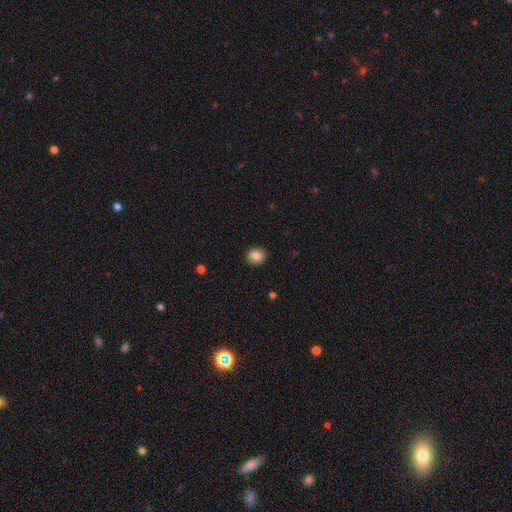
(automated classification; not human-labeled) This is clearly a smooth galaxy (86%). How rounded: clearly round (80%). Merging: clearly none (92%).